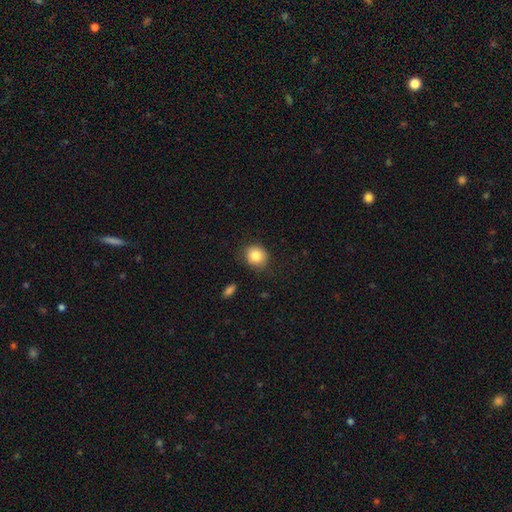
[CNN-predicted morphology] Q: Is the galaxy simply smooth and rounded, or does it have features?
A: smooth — 83%.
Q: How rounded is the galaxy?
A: round — 82%.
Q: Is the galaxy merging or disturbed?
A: none — 82%.